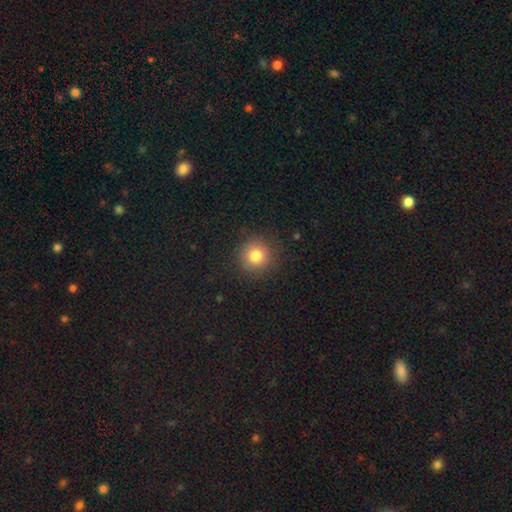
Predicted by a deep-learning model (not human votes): Overall: smooth (81%). How rounded: round (93%). Merging: none (89%).